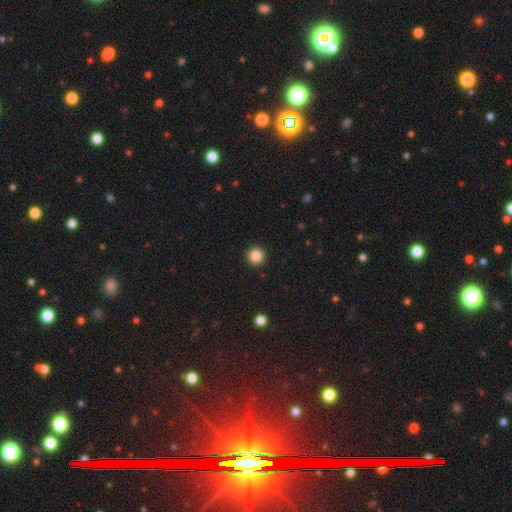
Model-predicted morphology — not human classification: Q: Smooth or featured?
A: smooth (86%); runner-up: star or artifact (11%)
Q: How rounded?
A: round (96%); runner-up: in between (3%)
Q: Merging?
A: none (93%); runner-up: minor disturbance (4%)